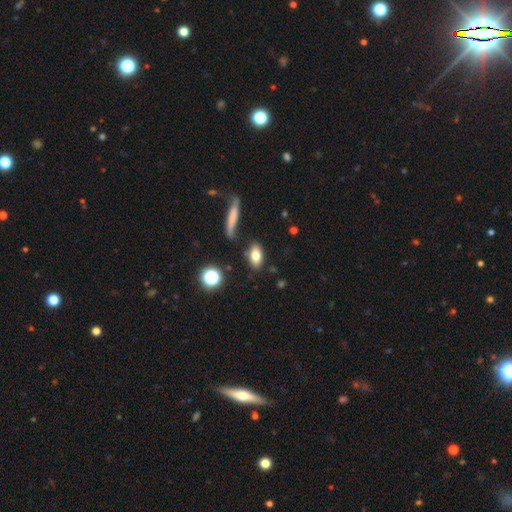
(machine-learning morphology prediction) The model was most divided on "smooth or featured": smooth: 77%, featured or disk: 13%, star or artifact: 10%. More confident: how rounded — in between (81%); merging — none (79%).